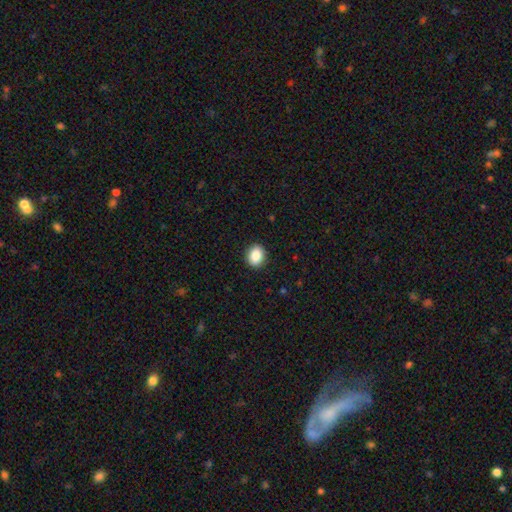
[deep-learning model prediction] A smooth galaxy with no disk features (87%) that is round (51%). Merging: none (91%).